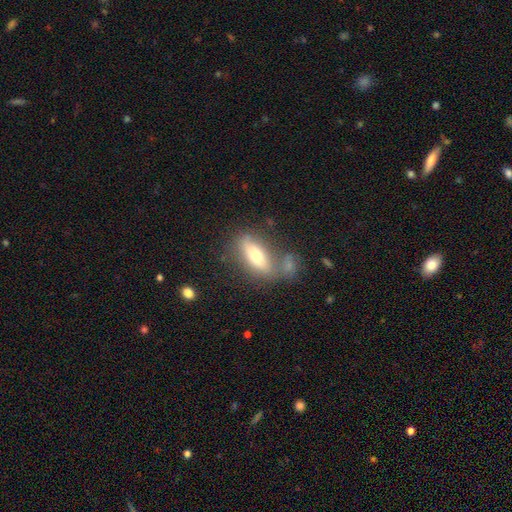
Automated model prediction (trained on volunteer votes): The model was most divided on "merging": none: 55%, merger: 23%, minor disturbance: 16%, major disturbance: 7%. More confident: how rounded — in between (66%); smooth or featured — smooth (62%).